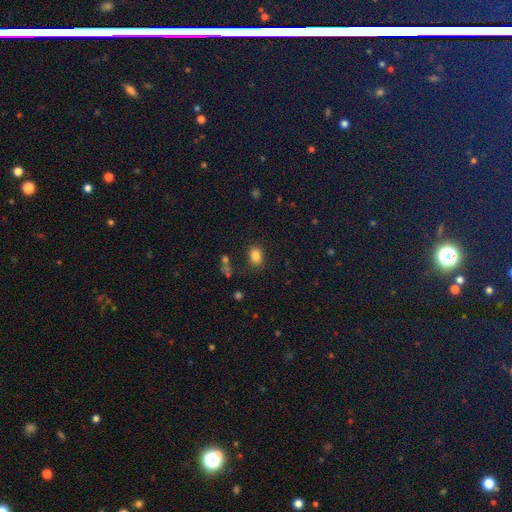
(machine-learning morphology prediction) This appears to be a smooth galaxy with no disk features (84%) that is in between round and cigar-shaped (73%). Merging: none (82%).